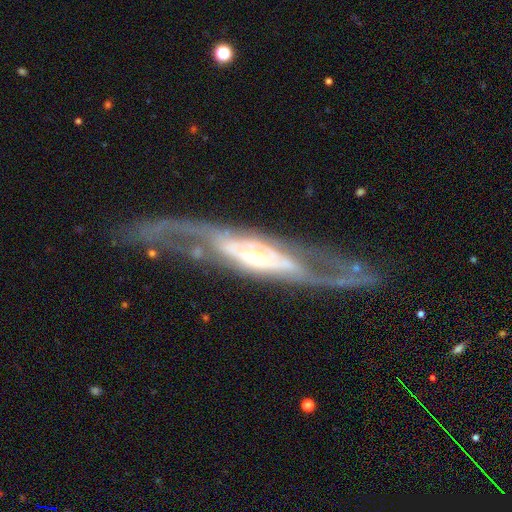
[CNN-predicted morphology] This is clearly a featured or disk galaxy (86%). It is likely not viewed edge-on (68%). Bar: possibly no (56%). Spiral arm pattern: clearly yes (80%). Central bulge: possibly small (54%). Merging: likely none (68%).